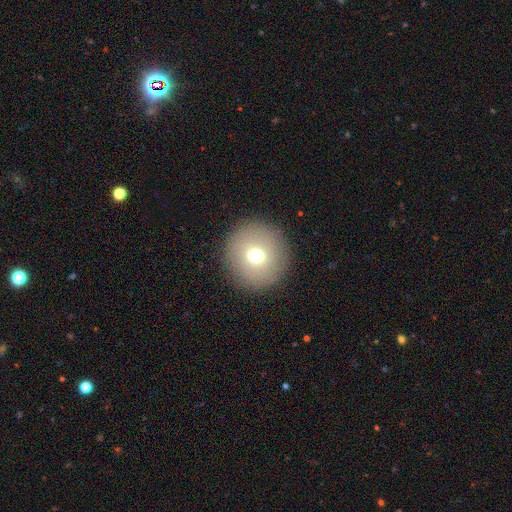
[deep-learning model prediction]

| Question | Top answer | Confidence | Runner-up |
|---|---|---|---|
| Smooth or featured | smooth | 71% | featured or disk (17%) |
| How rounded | round | 95% | in between (4%) |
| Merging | none | 91% | minor disturbance (5%) |